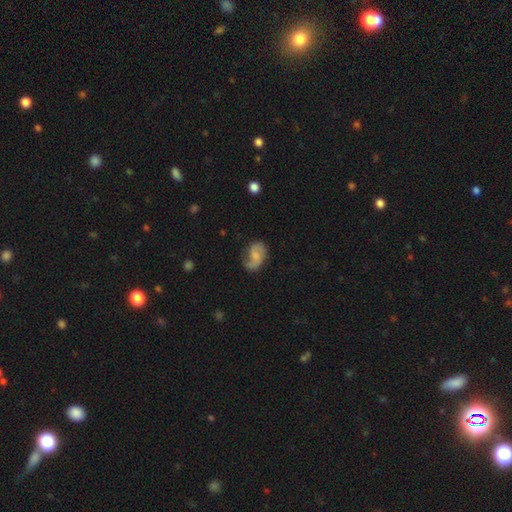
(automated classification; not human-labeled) Smooth or featured? featured or disk (63%)
Edge-on disk? no (97%)
Bar? no (50%)
Spiral arms? yes (92%)
Spiral winding? loose (49%)
Spiral arm count? 2 (76%)
Bulge size? none (38%)
Merging? none (61%)